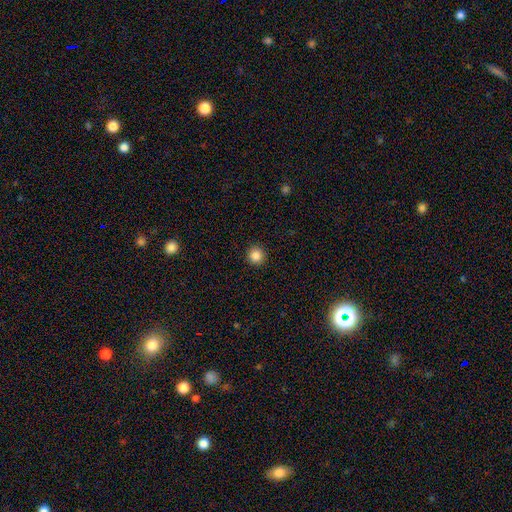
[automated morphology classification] This is clearly a smooth galaxy (85%). How rounded: clearly round (95%). Merging: clearly none (93%).